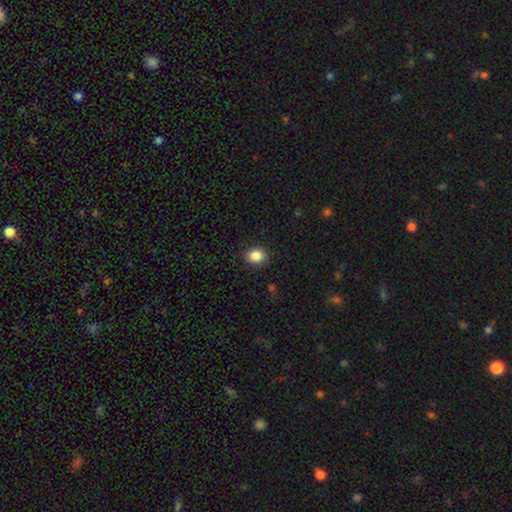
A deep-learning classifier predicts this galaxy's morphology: The model was most divided on "how rounded": round: 57%, in between: 42%, cigar-shaped: 1%. More confident: merging — none (89%); smooth or featured — smooth (87%).